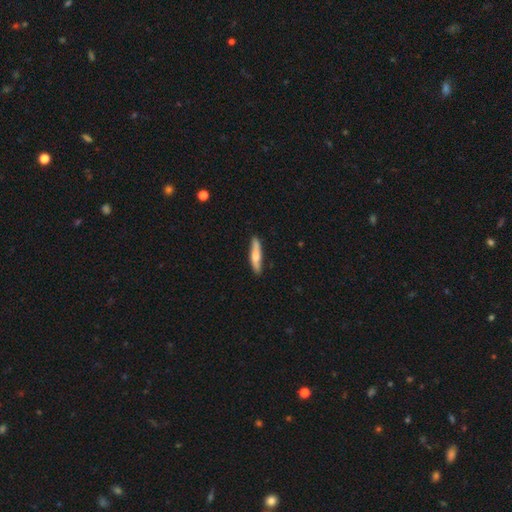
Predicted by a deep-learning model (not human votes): smooth_or_featured: smooth (p=0.62) [alt: featured or disk p=0.33]
how_rounded: cigar-shaped (p=0.85) [alt: in between p=0.13]
merging: none (p=0.86) [alt: minor disturbance p=0.11]